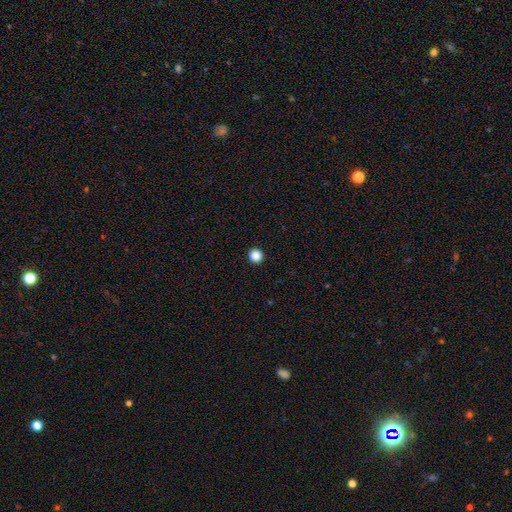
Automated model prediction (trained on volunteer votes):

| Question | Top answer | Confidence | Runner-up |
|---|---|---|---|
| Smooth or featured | smooth | 87% | star or artifact (11%) |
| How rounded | round | 95% | in between (4%) |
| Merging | none | 94% | minor disturbance (3%) |